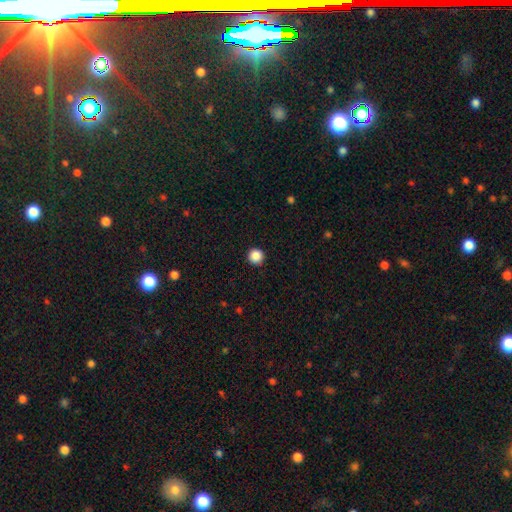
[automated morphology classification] Smooth or featured?
  - smooth: 88% *
  - star or artifact: 9%
  - featured or disk: 2%
How rounded?
  - round: 96% *
  - in between: 3%
  - cigar-shaped: 1%
Merging?
  - none: 93% *
  - minor disturbance: 4%
  - major disturbance: 1%
  - merger: 1%